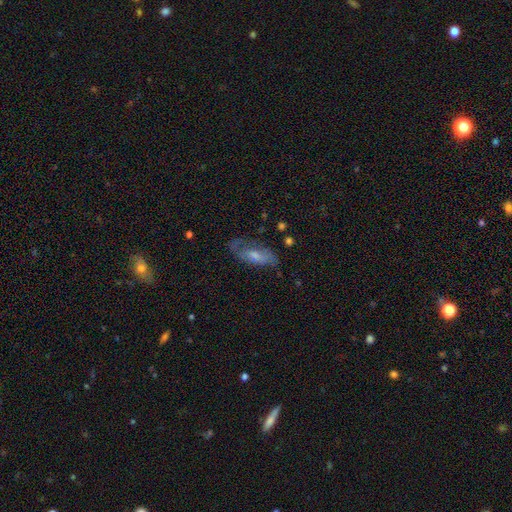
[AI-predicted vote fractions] Smooth or featured? featured or disk (49%)
Merging? none (51%)